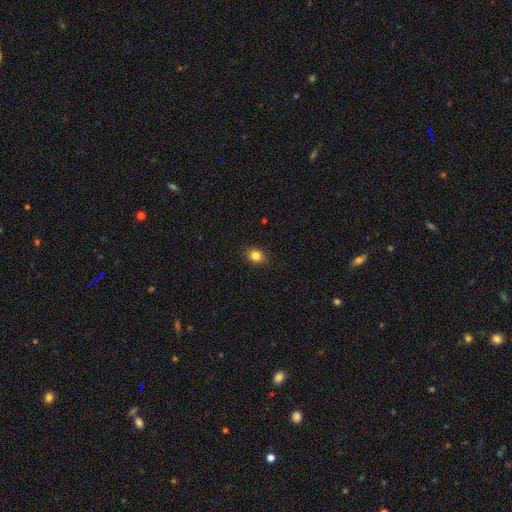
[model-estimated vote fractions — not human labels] Overall: smooth (83%). How rounded: round (54%; in between 45%). Merging: none (90%).